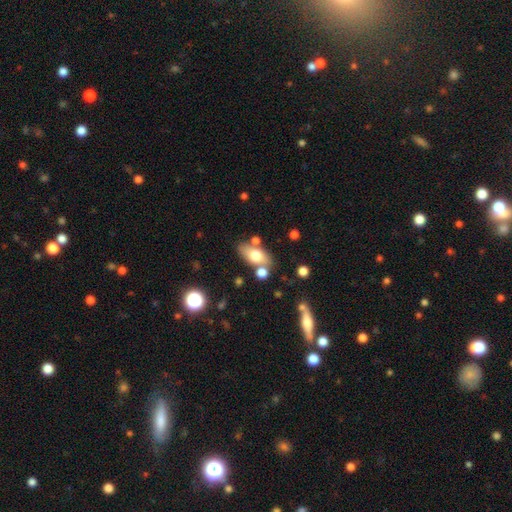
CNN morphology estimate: Smooth or featured? smooth (67%)
How rounded? in between (84%)
Merging? none (68%)